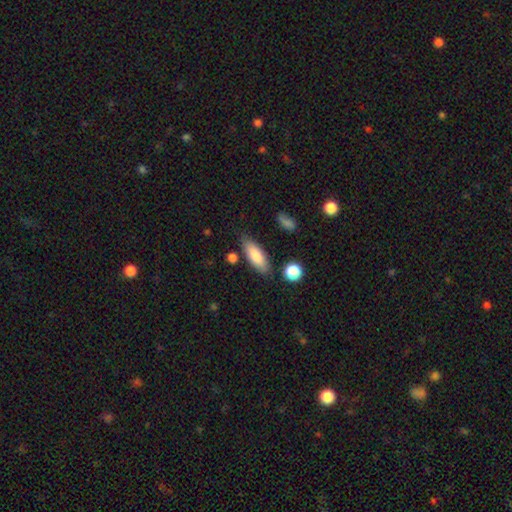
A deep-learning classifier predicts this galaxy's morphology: Smooth or featured? Predicted: smooth (p=0.83). How rounded? Predicted: in between (p=0.70). Merging? Predicted: none (p=0.79).